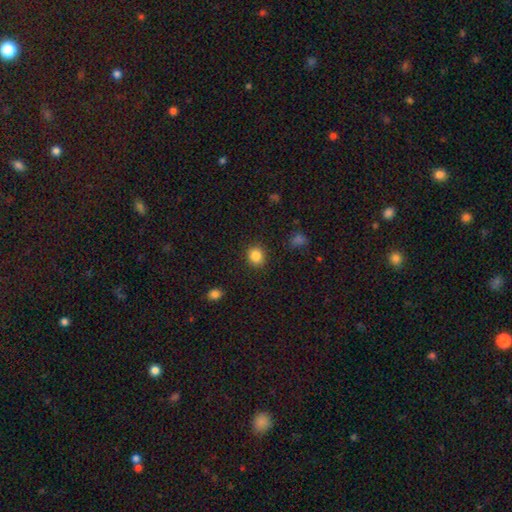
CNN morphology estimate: The model was most divided on "how rounded": round: 75%, in between: 24%, cigar-shaped: 1%. More confident: merging — none (89%); smooth or featured — smooth (86%).